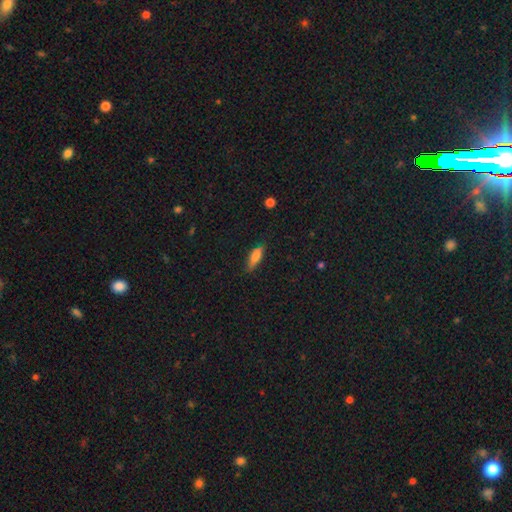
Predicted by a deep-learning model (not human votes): A smooth galaxy with no disk features (72%) that is in between round and cigar-shaped (53%).

Vote fractions:
- Smooth or featured? smooth: 72% / featured or disk: 20% / star or artifact: 8%
- How rounded? in between: 53% / cigar-shaped: 44% / round: 3%
- Merging? none: 75% / minor disturbance: 19% / major disturbance: 4% / merger: 1%